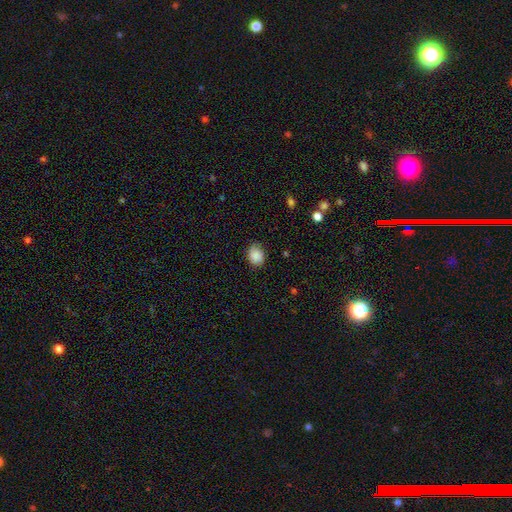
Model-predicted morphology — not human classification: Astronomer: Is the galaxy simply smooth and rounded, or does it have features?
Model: smooth — 87%.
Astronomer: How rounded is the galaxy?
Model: in between — 53% (runner-up: round, 46%).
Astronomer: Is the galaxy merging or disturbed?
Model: none — 75%.